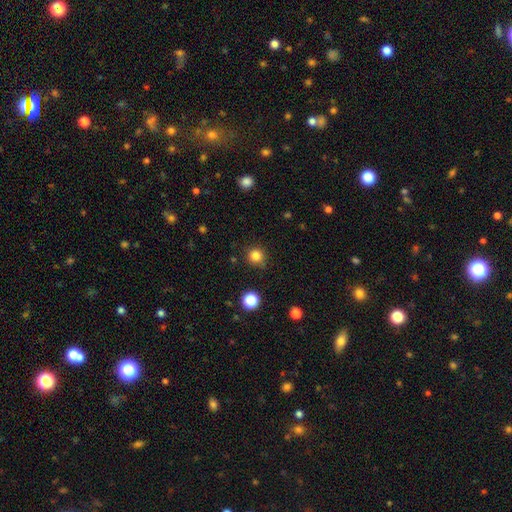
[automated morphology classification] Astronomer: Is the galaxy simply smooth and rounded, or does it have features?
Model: smooth — 83%.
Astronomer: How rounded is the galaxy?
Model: round — 93%.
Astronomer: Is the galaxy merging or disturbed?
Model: none — 86%.